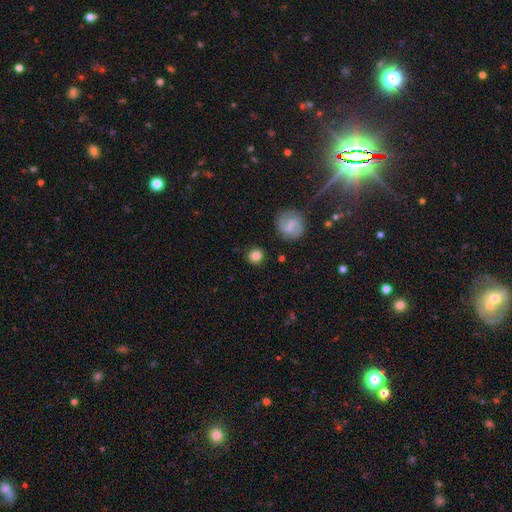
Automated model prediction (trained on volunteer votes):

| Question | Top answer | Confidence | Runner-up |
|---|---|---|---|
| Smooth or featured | smooth | 73% | featured or disk (19%) |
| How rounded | round | 91% | in between (8%) |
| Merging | none | 86% | minor disturbance (8%) |